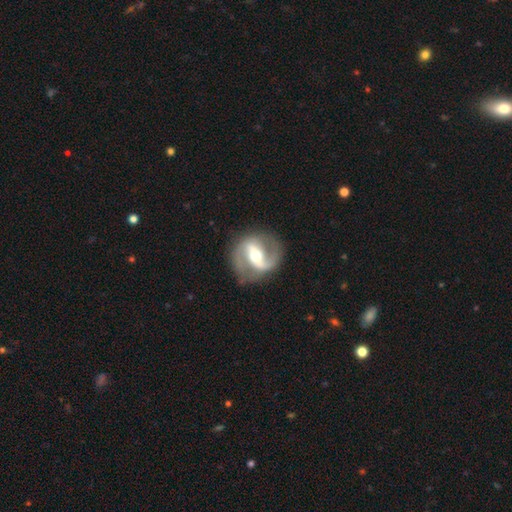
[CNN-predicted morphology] This is clearly a featured or disk galaxy (87%). It is clearly not viewed edge-on (96%). Bar: possibly strong (52%). Spiral arm pattern: clearly yes (93%). Spiral arm count: clearly 2 (90%). Spiral winding: possibly medium (48%). Central bulge: likely moderate (66%). Merging: clearly none (81%).